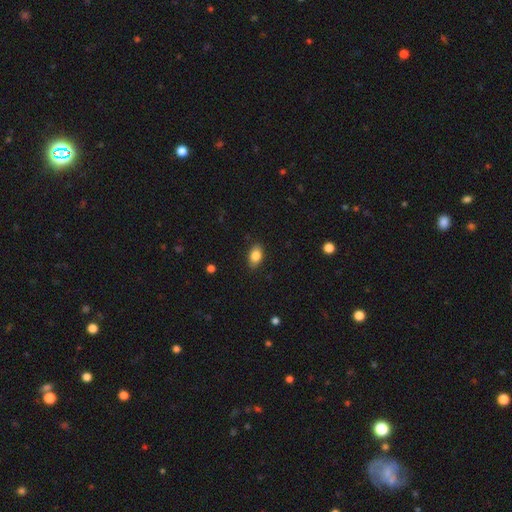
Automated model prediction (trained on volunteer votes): Morphology: type=smooth (83%); roundness=in between (87%); merging=none (86%).